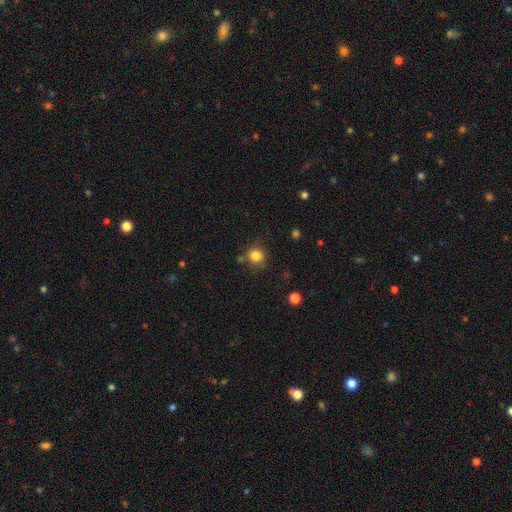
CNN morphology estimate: Smooth or featured?
  - smooth: 83% *
  - star or artifact: 11%
  - featured or disk: 5%
How rounded?
  - round: 85% *
  - in between: 14%
  - cigar-shaped: 1%
Merging?
  - none: 74% *
  - minor disturbance: 15%
  - merger: 6%
  - major disturbance: 5%